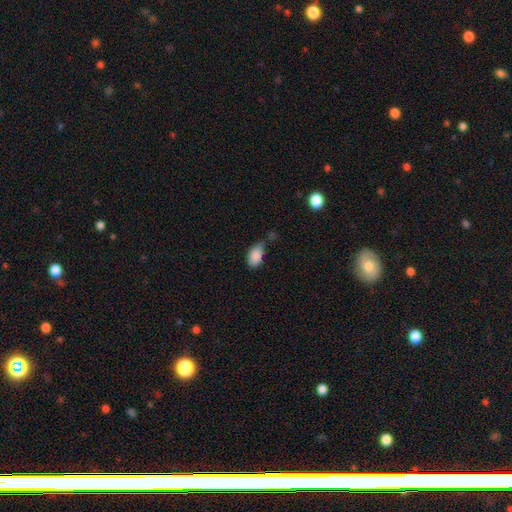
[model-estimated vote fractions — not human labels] smooth-or-featured: smooth: 87% | star or artifact: 8% | featured or disk: 6%
  how-rounded: in between: 91% | round: 7% | cigar-shaped: 2%
  merging: none: 43% | minor disturbance: 37% | major disturbance: 10% | merger: 9%